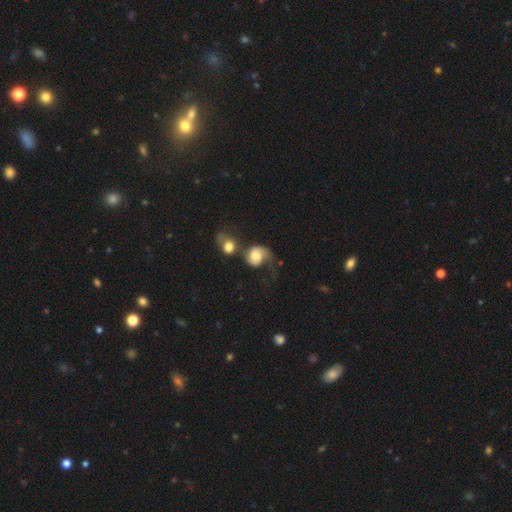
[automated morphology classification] A smooth galaxy with no disk features (51%) that is round (63%). Merging: merger (37%).